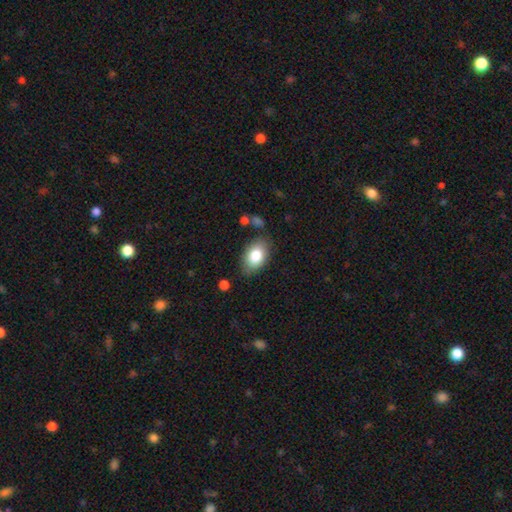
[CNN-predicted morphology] smooth 81%, featured or disk 12%, star or artifact 7%. Down the decision tree: how rounded — in between (90%); merging — none (79%).